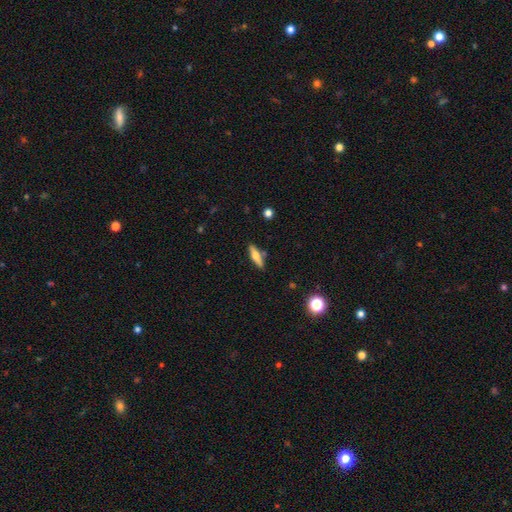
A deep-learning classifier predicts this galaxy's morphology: type=featured or disk (47%); merging=none (83%).